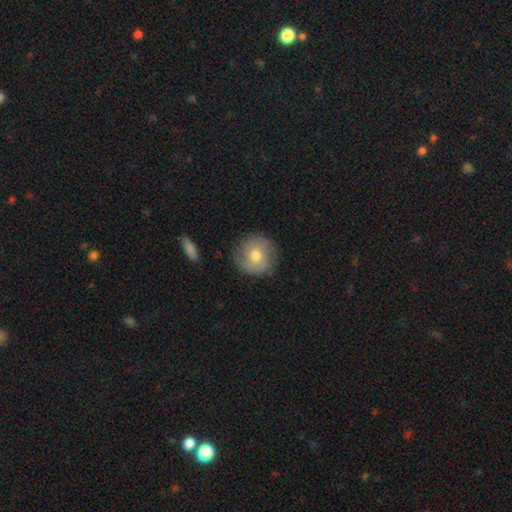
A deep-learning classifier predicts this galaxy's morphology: Smooth or featured: smooth — 66% (featured or disk — 27%)
How rounded: round — 92% (in between — 7%)
Merging: none — 81% (minor disturbance — 14%)